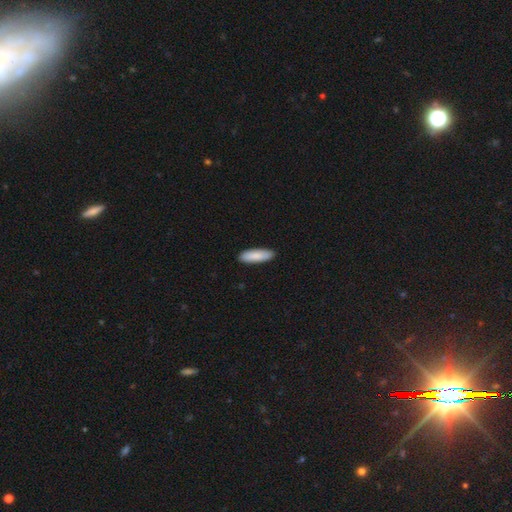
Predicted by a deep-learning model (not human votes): Smooth or featured: smooth — 88% (featured or disk — 7%)
How rounded: cigar-shaped — 49% (tied with in between — 49%)
Merging: none — 90% (minor disturbance — 7%)